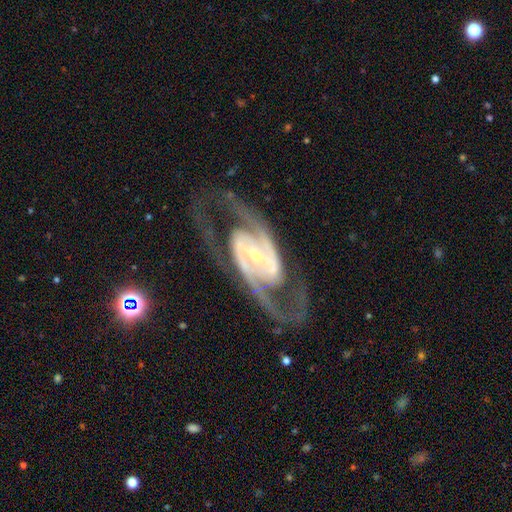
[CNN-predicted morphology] A featured or disk galaxy (92%) with a strong bar (41%), 2 (92%) medium (58%) spiral arms (98%) and a small central bulge (62%).

Vote fractions:
- Smooth or featured? featured or disk: 92% / star or artifact: 5% / smooth: 3%
- Edge-on disk? no: 96% / yes: 4%
- Bar? strong: 41% / weak: 37% / no: 22%
- Spiral arms? yes: 98% / no: 2%
- Spiral winding? medium: 58% / tight: 27% / loose: 15%
- Spiral arm count? 2: 92% / can't tell: 3% / 3: 2% / 1: 1% / 4: 1% / more than 4: 1%
- Bulge size? small: 62% / moderate: 30% / large: 4% / none: 3% / dominant: 1%
- Merging? none: 75% / minor disturbance: 13% / major disturbance: 10% / merger: 2%